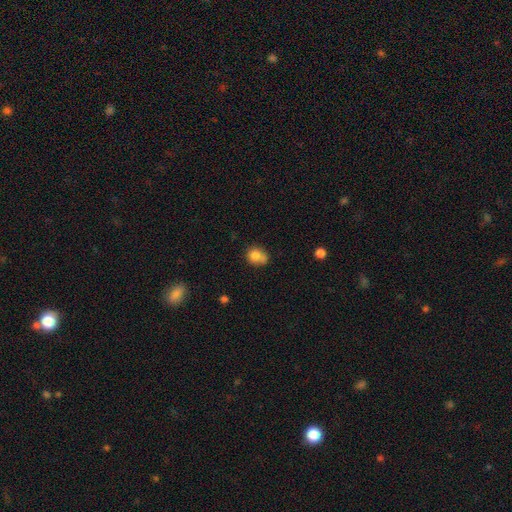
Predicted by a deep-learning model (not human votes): smooth 78%, featured or disk 12%, star or artifact 10%. Down the decision tree: how rounded — round (65%); merging — none (43%).